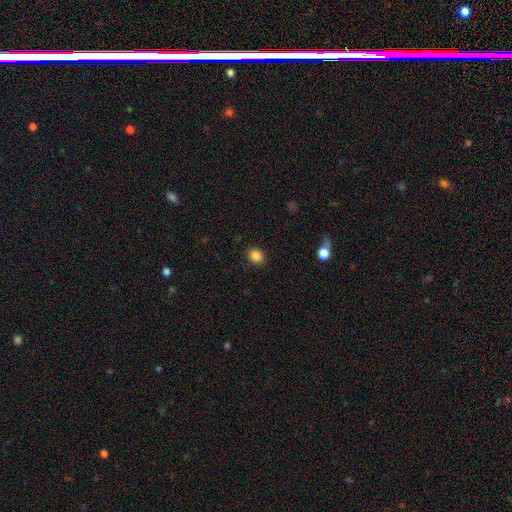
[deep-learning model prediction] The model was most divided on "how rounded": round: 61%, in between: 38%, cigar-shaped: 1%. More confident: merging — none (89%); smooth or featured — smooth (86%).